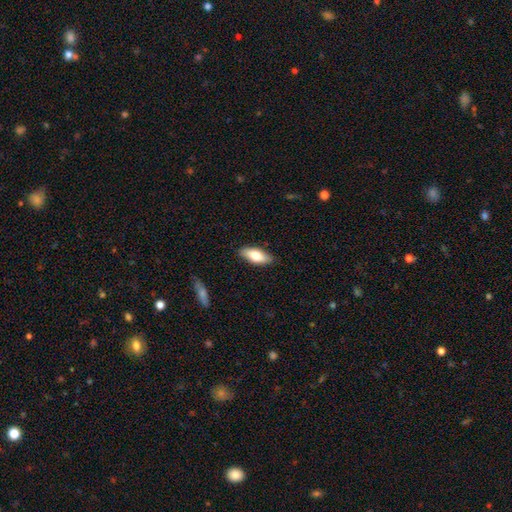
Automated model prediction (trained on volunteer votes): Smooth or featured: smooth — 75% (featured or disk — 19%)
How rounded: in between — 82% (cigar-shaped — 16%)
Merging: none — 87% (minor disturbance — 10%)